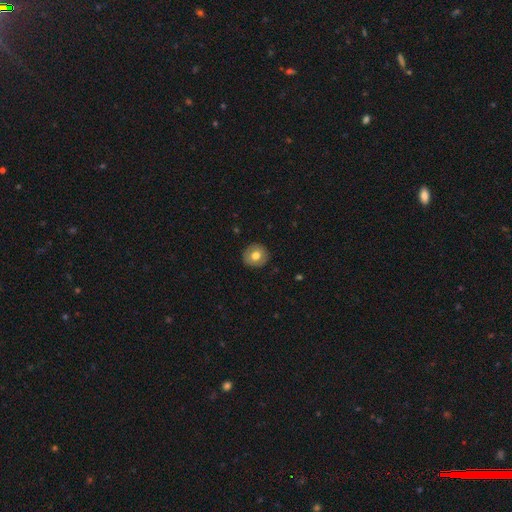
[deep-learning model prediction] smooth 74%, featured or disk 18%, star or artifact 8%. Down the decision tree: how rounded — round (91%); merging — none (91%).